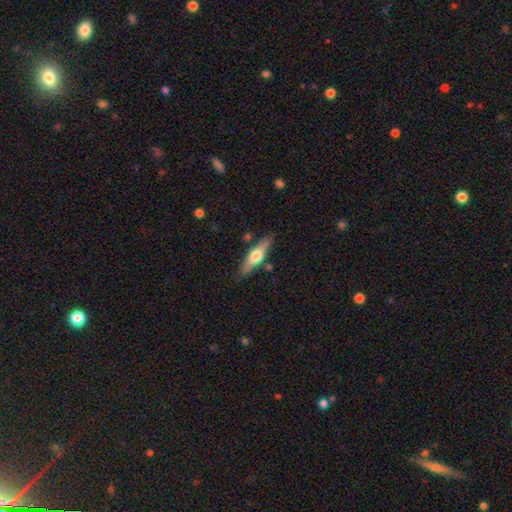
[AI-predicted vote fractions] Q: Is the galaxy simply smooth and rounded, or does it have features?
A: featured or disk — 56%.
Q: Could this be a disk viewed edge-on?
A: yes — 93%.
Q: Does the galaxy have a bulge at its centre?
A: rounded — 93%.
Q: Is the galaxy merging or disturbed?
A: none — 84%.